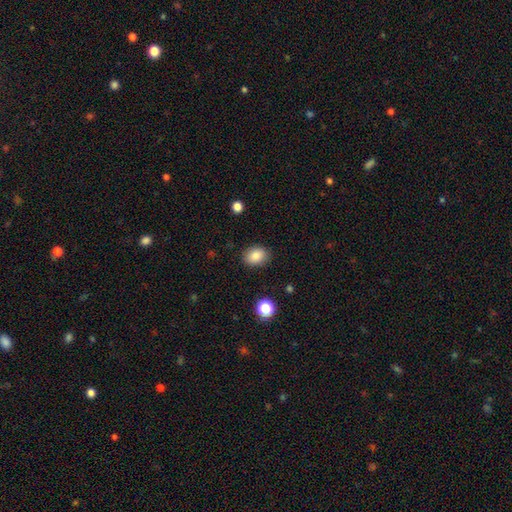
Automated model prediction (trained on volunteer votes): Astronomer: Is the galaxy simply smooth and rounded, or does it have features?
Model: smooth — 85%.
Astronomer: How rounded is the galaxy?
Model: in between — 67%.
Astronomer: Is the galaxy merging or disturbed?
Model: none — 87%.